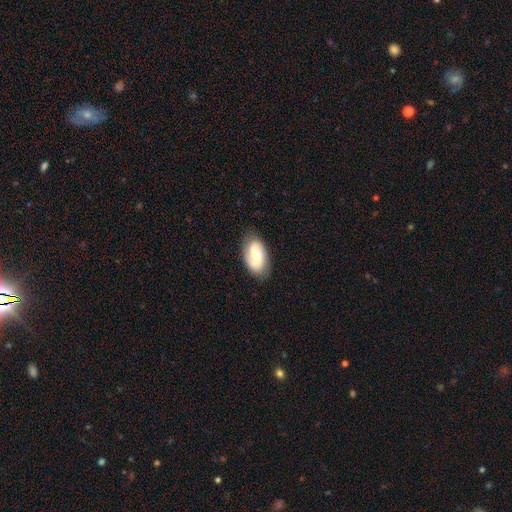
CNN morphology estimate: Smooth or featured?
  - smooth: 48% *
  - featured or disk: 45%
  - star or artifact: 7%
Merging?
  - none: 78% *
  - minor disturbance: 17%
  - major disturbance: 4%
  - merger: 1%